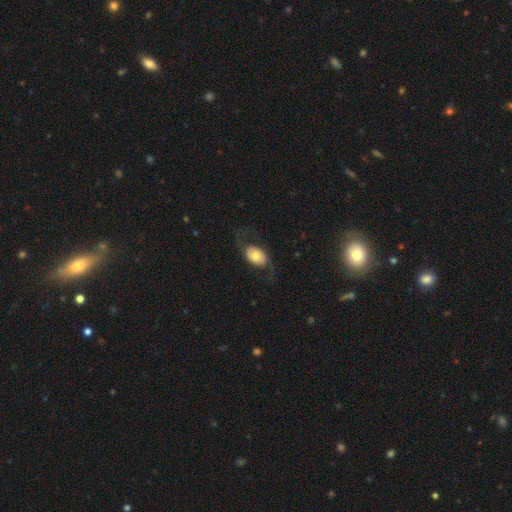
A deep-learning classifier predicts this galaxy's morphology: Smooth or featured? featured or disk (51%)
Edge-on disk? no (92%)
Merging? none (65%)